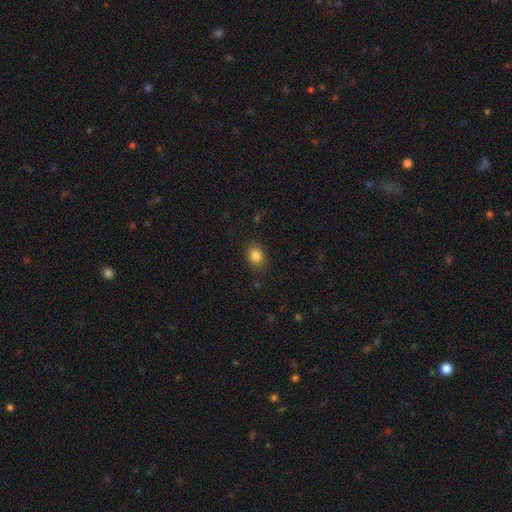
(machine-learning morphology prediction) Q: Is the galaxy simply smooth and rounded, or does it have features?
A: smooth — 85%.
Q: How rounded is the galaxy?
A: round — 51%.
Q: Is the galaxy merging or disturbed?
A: none — 85%.